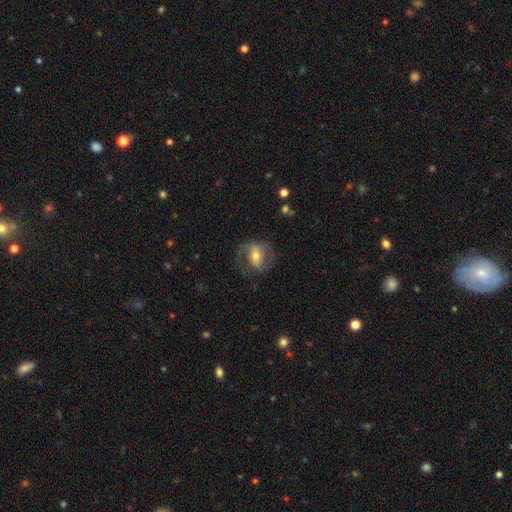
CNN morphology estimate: The model was most divided on "bar": strong: 40%, weak: 38%, no: 22%. More confident: edge-on disk — no (94%); spiral arms — yes (79%); merging — none (65%); smooth or featured — featured or disk (63%); bulge size — moderate (59%).